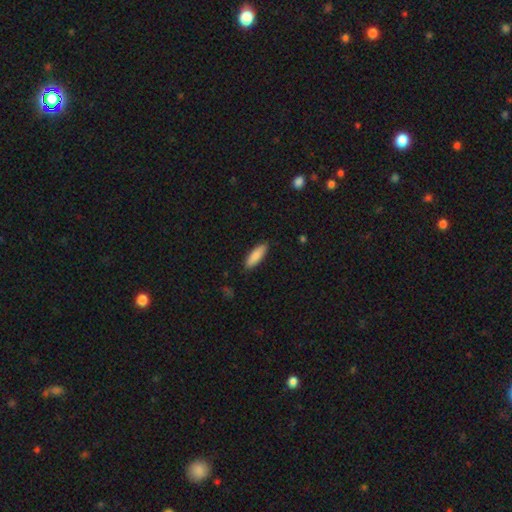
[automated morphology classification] Smooth or featured?
  - smooth: 85% *
  - featured or disk: 9%
  - star or artifact: 6%
How rounded?
  - in between: 53% *
  - cigar-shaped: 46%
  - round: 2%
Merging?
  - none: 88% *
  - minor disturbance: 9%
  - major disturbance: 2%
  - merger: 1%